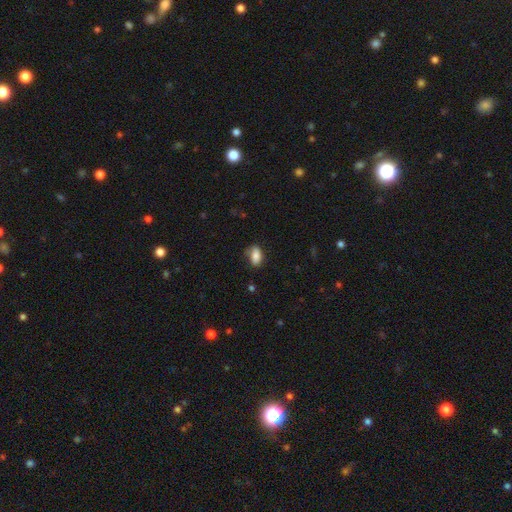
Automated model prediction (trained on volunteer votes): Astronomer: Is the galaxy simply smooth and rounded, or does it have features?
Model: smooth — 83%.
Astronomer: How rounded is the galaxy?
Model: in between — 90%.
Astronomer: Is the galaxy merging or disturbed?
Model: none — 66%.